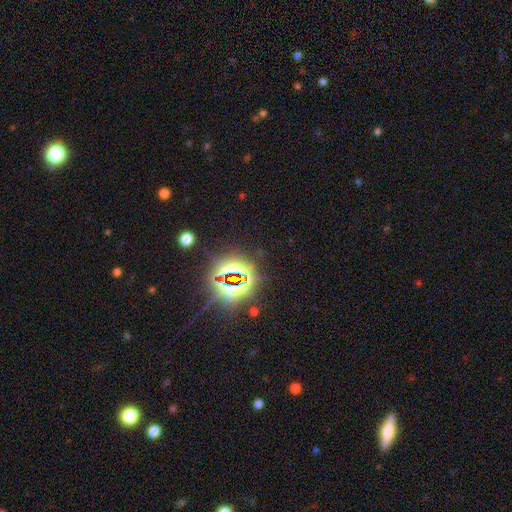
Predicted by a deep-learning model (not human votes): A star or artifact, not a galaxy (82%).

Vote fractions:
- Smooth or featured? star or artifact: 82% / smooth: 11% / featured or disk: 7%